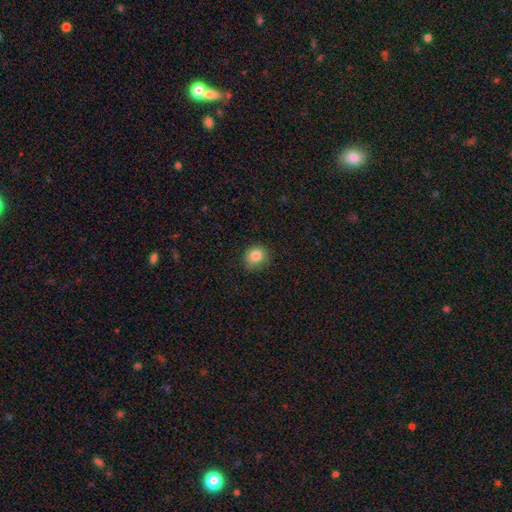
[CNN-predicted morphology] smooth-or-featured: smooth: 84% | star or artifact: 11% | featured or disk: 6%
  how-rounded: round: 75% | in between: 24% | cigar-shaped: 1%
  merging: none: 78% | minor disturbance: 17% | major disturbance: 3% | merger: 1%